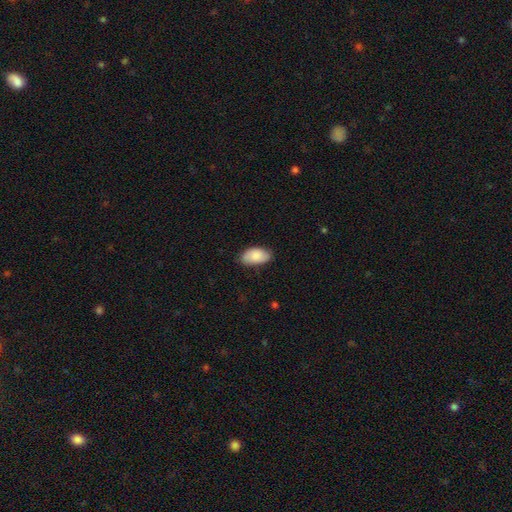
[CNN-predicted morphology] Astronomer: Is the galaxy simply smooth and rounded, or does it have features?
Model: smooth — 83%.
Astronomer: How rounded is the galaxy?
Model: in between — 95%.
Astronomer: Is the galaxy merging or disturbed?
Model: none — 79%.